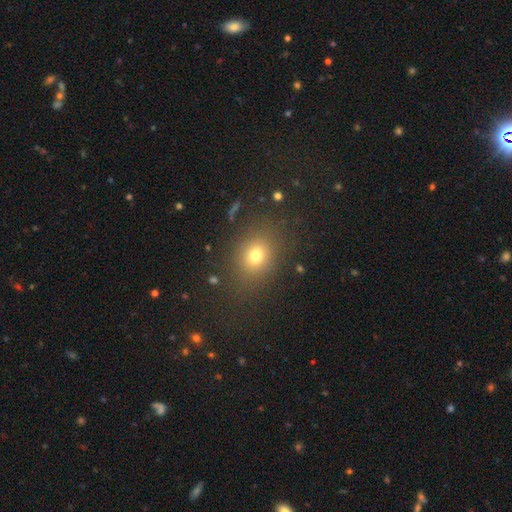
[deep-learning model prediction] Smooth or featured? smooth (73%)
How rounded? round (53%)
Merging? none (81%)